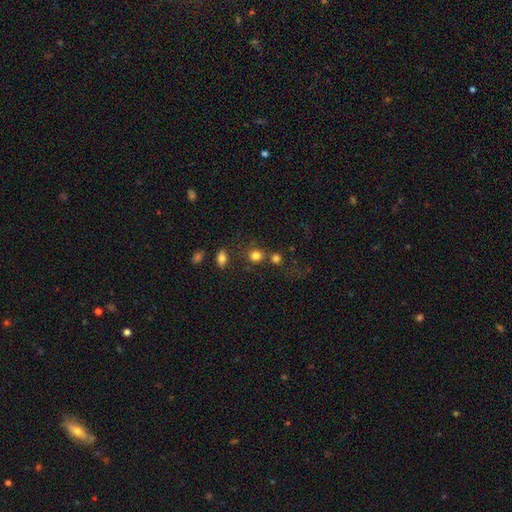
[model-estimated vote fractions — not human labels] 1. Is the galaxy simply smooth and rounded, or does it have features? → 79% smooth, 14% star or artifact, 7% featured or disk.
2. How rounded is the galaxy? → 82% round, 17% in between, 1% cigar-shaped.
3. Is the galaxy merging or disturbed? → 66% none, 19% merger, 10% minor disturbance, 5% major disturbance.